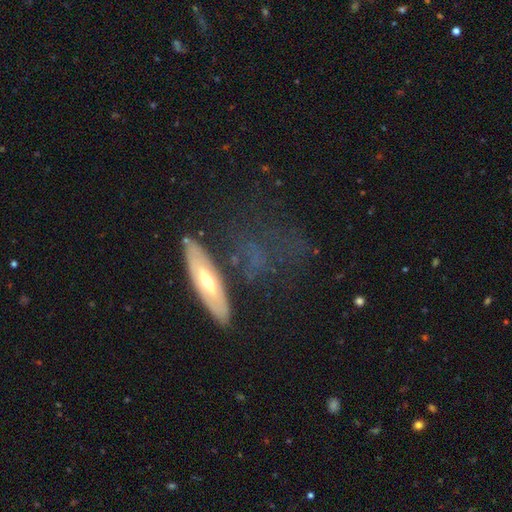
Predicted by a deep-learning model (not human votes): smooth-or-featured: featured or disk: 50% | smooth: 37% | star or artifact: 13%
  merging: none: 61% | minor disturbance: 18% | major disturbance: 15% | merger: 6%